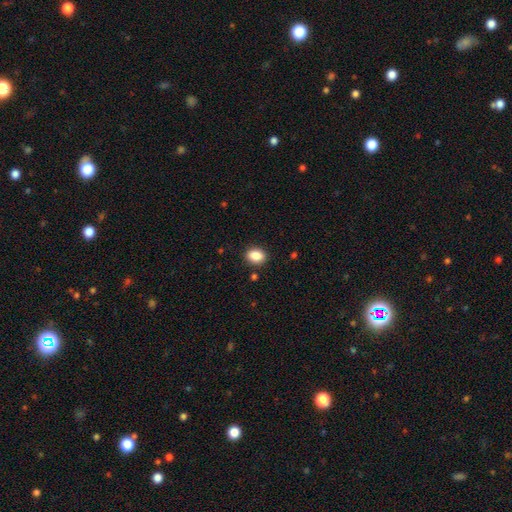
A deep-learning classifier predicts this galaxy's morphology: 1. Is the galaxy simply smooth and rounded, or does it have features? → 87% smooth, 9% star or artifact, 4% featured or disk.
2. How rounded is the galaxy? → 61% in between, 38% round, 1% cigar-shaped.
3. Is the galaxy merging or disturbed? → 89% none, 8% minor disturbance, 2% major disturbance, 1% merger.